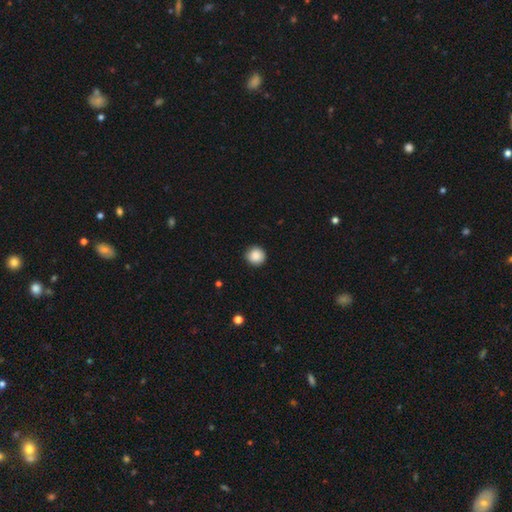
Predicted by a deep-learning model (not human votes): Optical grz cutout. It shows a smooth galaxy with no disk features (88%) that is round (94%). Merging: none (89%).